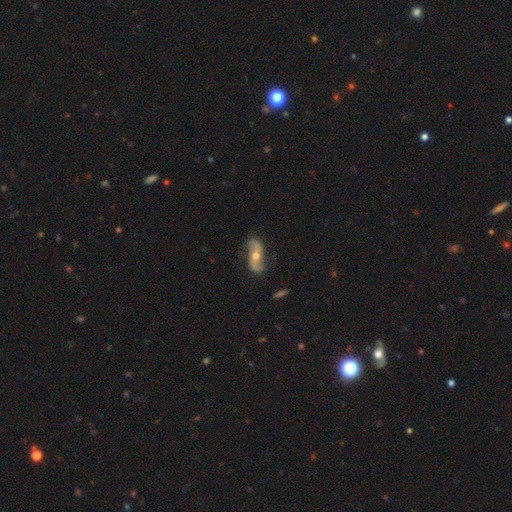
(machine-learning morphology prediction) Smooth or featured?
  - featured or disk: 82% *
  - smooth: 11%
  - star or artifact: 6%
Edge-on disk?
  - no: 93% *
  - yes: 7%
Bar?
  - no: 60% *
  - weak: 29%
  - strong: 11%
Spiral arms?
  - yes: 94% *
  - no: 6%
Spiral winding?
  - loose: 64% *
  - medium: 27%
  - tight: 9%
Spiral arm count?
  - 2: 93% *
  - can't tell: 3%
  - 1: 1%
  - 3: 1%
  - 4: 1%
  - more than 4: 1%
Bulge size?
  - moderate: 66% *
  - small: 27%
  - large: 4%
  - none: 2%
  - dominant: 1%
Merging?
  - none: 80% *
  - minor disturbance: 14%
  - major disturbance: 5%
  - merger: 1%